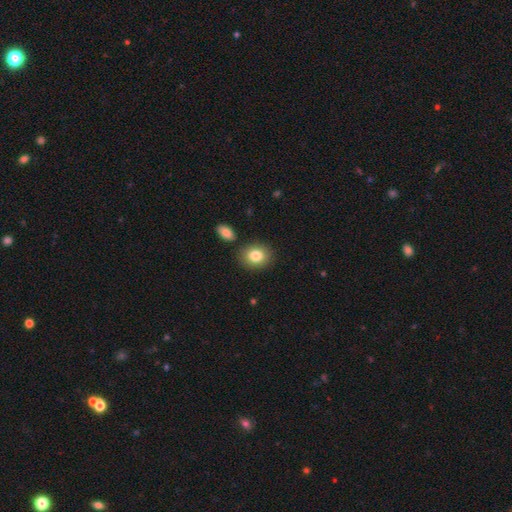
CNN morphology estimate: This appears to be a smooth galaxy with no disk features (84%) that is round (50%). Merging: none (82%).